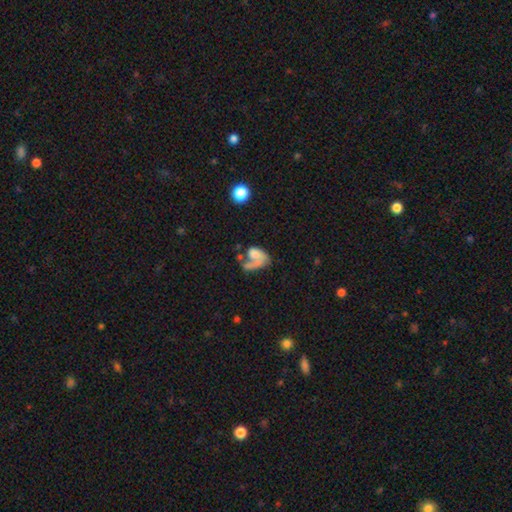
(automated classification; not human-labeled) featured or disk 45% (tied), smooth 45% (tied), star or artifact 10%. Down the decision tree: merging — major disturbance (37%).